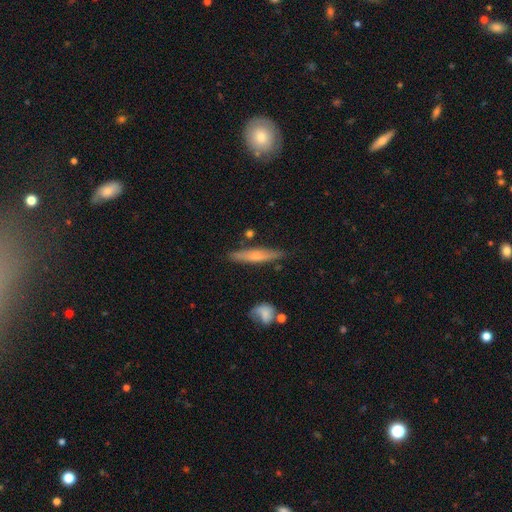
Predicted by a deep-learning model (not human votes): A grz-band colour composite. It shows a smooth galaxy with no disk features (52%) that is cigar-shaped (88%). Merging: none (82%).